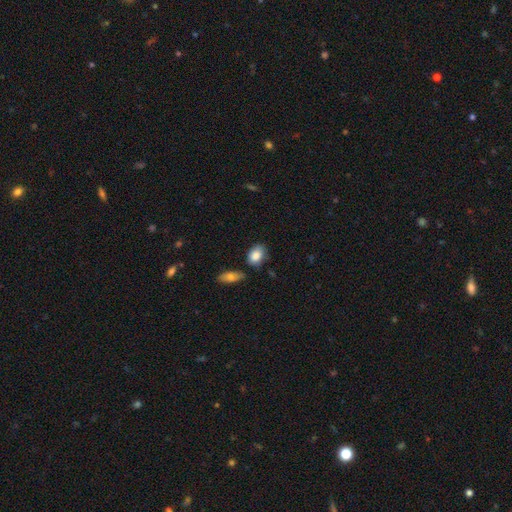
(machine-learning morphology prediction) smooth 85%, featured or disk 9%, star or artifact 7%. Down the decision tree: how rounded — in between (83%); merging — none (69%).